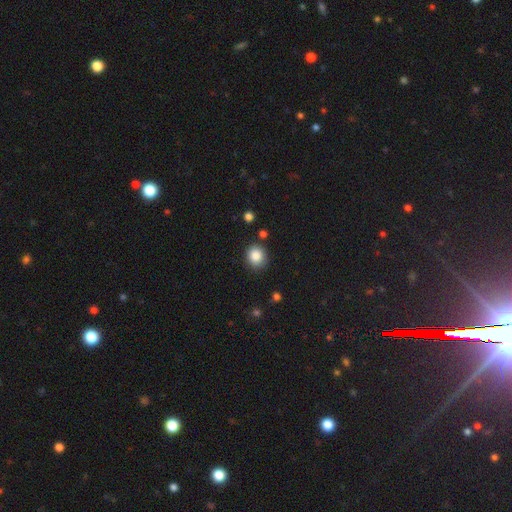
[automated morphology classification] This appears to be a smooth galaxy with no disk features (85%) that is round (81%). Merging: none (85%).